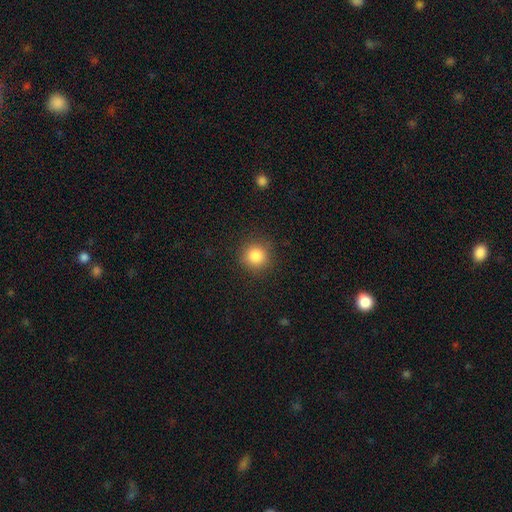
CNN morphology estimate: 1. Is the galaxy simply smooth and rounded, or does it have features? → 84% smooth, 11% star or artifact, 5% featured or disk.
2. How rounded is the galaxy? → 93% round, 6% in between, 1% cigar-shaped.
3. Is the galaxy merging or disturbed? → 89% none, 7% minor disturbance, 3% major disturbance, 1% merger.